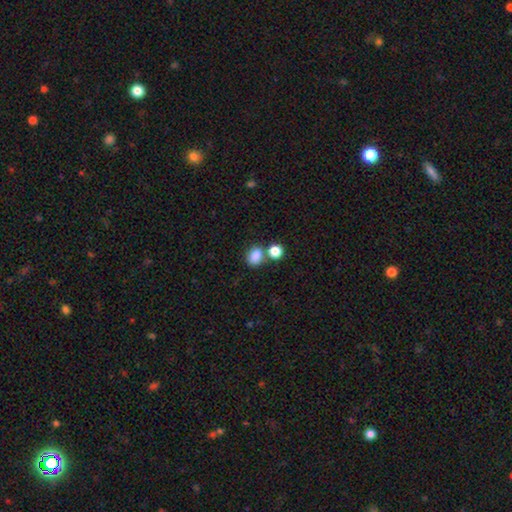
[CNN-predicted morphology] type=smooth (84%); roundness=in between (60%); merging=none (55%).